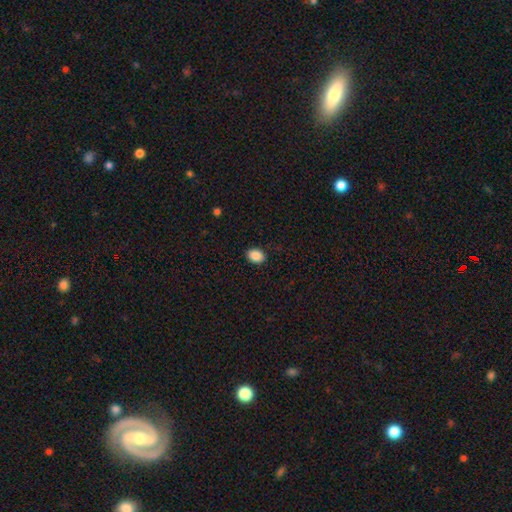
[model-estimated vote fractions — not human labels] Smooth or featured? Predicted: smooth (p=0.89). How rounded? Predicted: in between (p=0.69). Merging? Predicted: none (p=0.89).